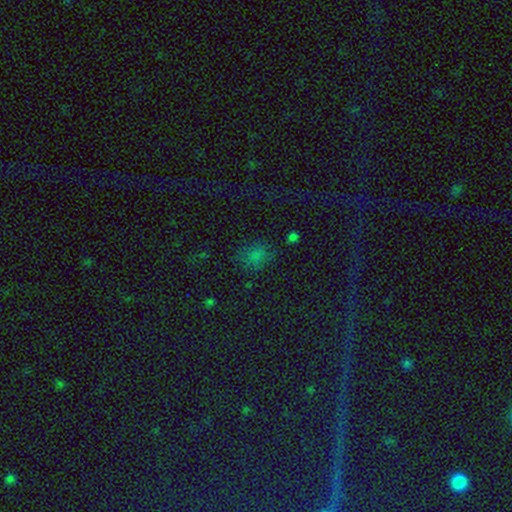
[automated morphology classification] This is likely a smooth galaxy (62%). How rounded: possibly round (59%). Merging: likely none (67%).